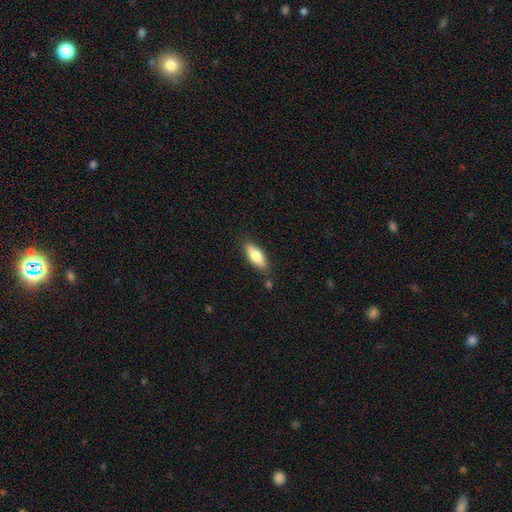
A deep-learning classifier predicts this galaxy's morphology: type=smooth (69%); roundness=in between (66%); merging=none (83%).